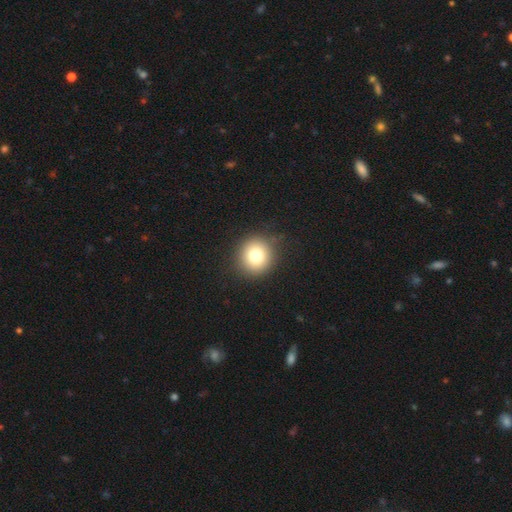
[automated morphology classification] Smooth or featured? Predicted: smooth (p=0.77). How rounded? Predicted: round (p=0.89). Merging? Predicted: none (p=0.88).